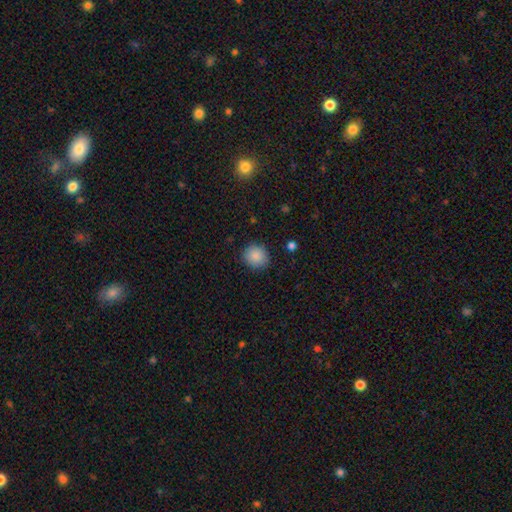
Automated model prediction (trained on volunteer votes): Smooth or featured? smooth (88%)
How rounded? round (85%)
Merging? none (88%)